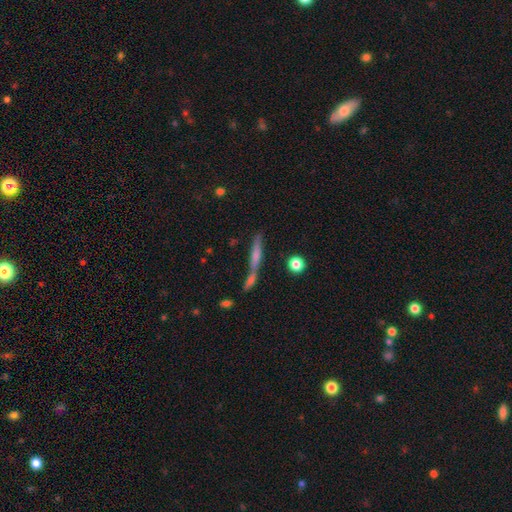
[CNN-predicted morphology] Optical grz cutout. It shows a smooth galaxy with no disk features (48%). Merging: none (53%).